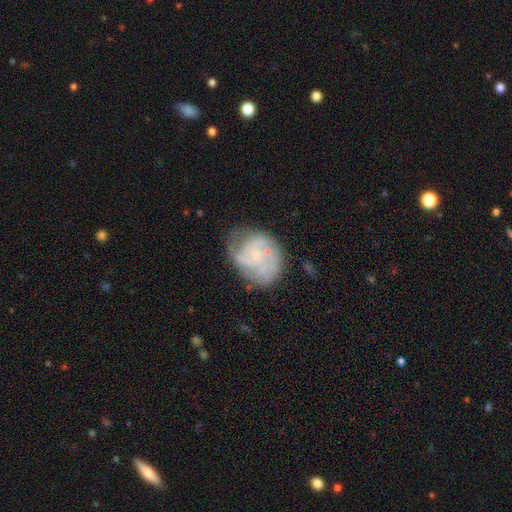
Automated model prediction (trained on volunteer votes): Smooth or featured?
  - featured or disk: 75% *
  - smooth: 18%
  - star or artifact: 7%
Edge-on disk?
  - no: 98% *
  - yes: 2%
Bar?
  - no: 68% *
  - weak: 28%
  - strong: 4%
Spiral arms?
  - yes: 88% *
  - no: 12%
Spiral winding?
  - tight: 51% *
  - medium: 37%
  - loose: 12%
Spiral arm count?
  - can't tell: 35% *
  - 3: 23%
  - 2: 23%
  - 4: 9%
  - 1: 5%
  - more than 4: 5%
Bulge size?
  - small: 73% *
  - moderate: 16%
  - none: 8%
  - large: 1%
  - dominant: 1%
Merging?
  - none: 61% *
  - minor disturbance: 25%
  - major disturbance: 12%
  - merger: 3%